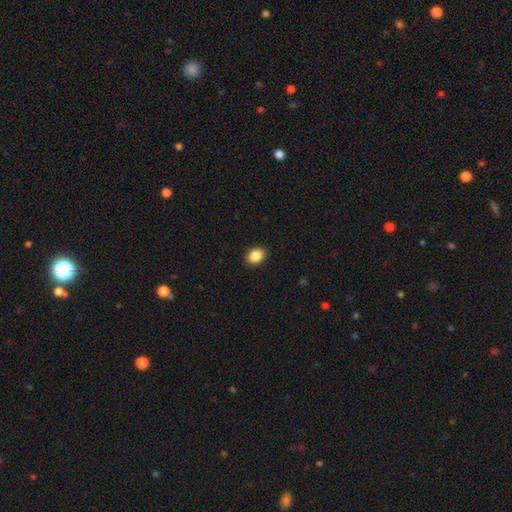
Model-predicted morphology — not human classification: A smooth galaxy with no disk features (88%) that is in between round and cigar-shaped (58%).

Vote fractions:
- Smooth or featured? smooth: 88% / star or artifact: 9% / featured or disk: 4%
- How rounded? in between: 58% / round: 41% / cigar-shaped: 1%
- Merging? none: 91% / minor disturbance: 6% / major disturbance: 2% / merger: 1%